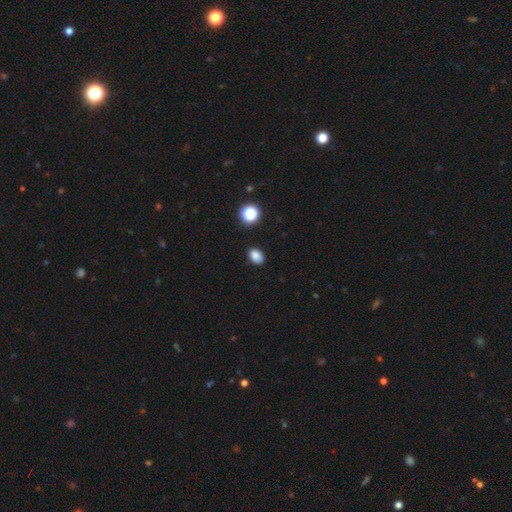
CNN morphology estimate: smooth 84%, star or artifact 12%, featured or disk 4%. Down the decision tree: how rounded — in between (77%); merging — none (88%).